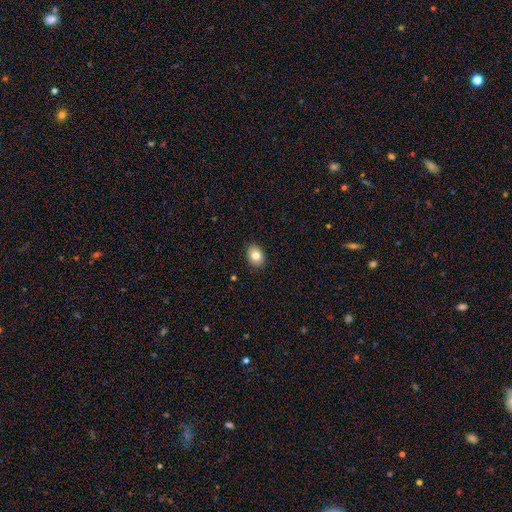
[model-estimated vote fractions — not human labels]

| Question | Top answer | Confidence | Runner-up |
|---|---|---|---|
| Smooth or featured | smooth | 82% | star or artifact (9%) |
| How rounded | in between | 60% | round (39%) |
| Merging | none | 90% | minor disturbance (7%) |